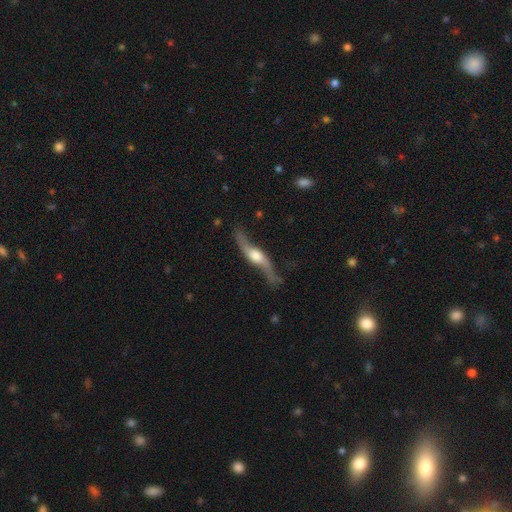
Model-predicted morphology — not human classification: Smooth or featured: featured or disk — 81% (smooth — 14%)
Edge-on disk: yes — 54% (no — 46%)
Merging: none — 65% (minor disturbance — 21%)